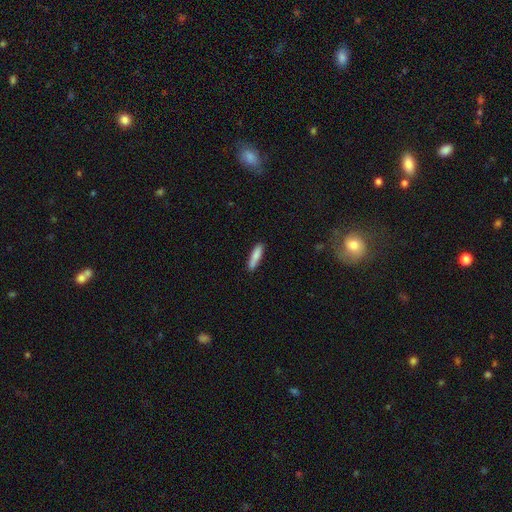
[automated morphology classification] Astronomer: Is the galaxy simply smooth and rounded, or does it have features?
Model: smooth — 83%.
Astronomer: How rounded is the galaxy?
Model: cigar-shaped — 75%.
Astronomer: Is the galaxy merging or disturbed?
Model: none — 86%.